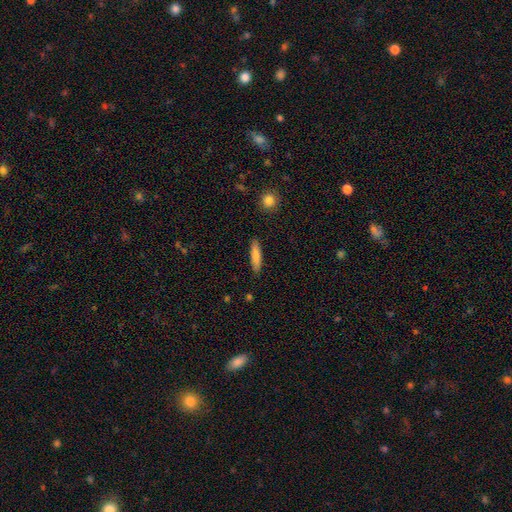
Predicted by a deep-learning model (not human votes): A smooth galaxy with no disk features (80%) that is cigar-shaped (80%). Merging: none (90%).